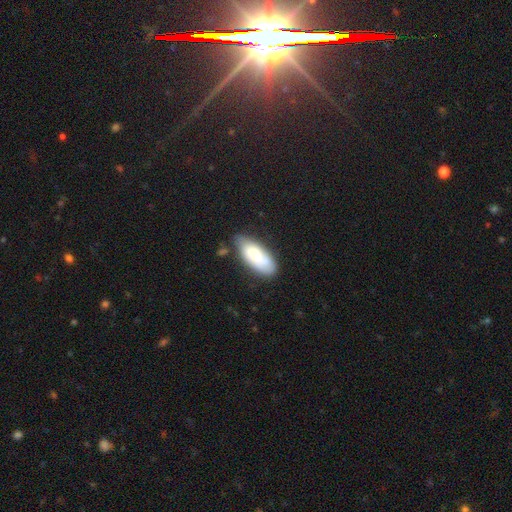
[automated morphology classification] Q: Smooth or featured?
A: smooth (79%); runner-up: featured or disk (15%)
Q: How rounded?
A: in between (82%); runner-up: cigar-shaped (16%)
Q: Merging?
A: none (65%); runner-up: minor disturbance (25%)